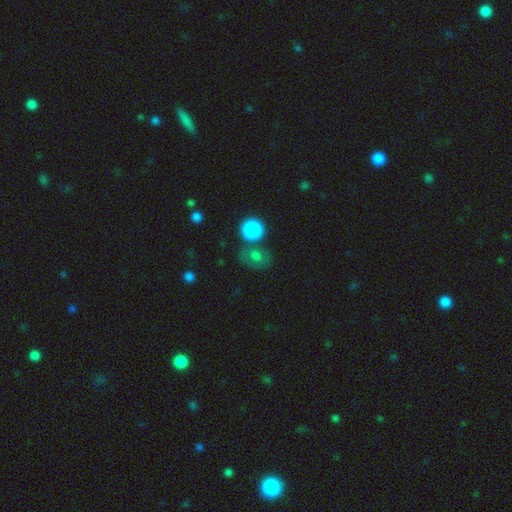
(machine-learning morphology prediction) A smooth galaxy with no disk features (66%) that is in between round and cigar-shaped (49%, tied with round). Merging: none (56%).